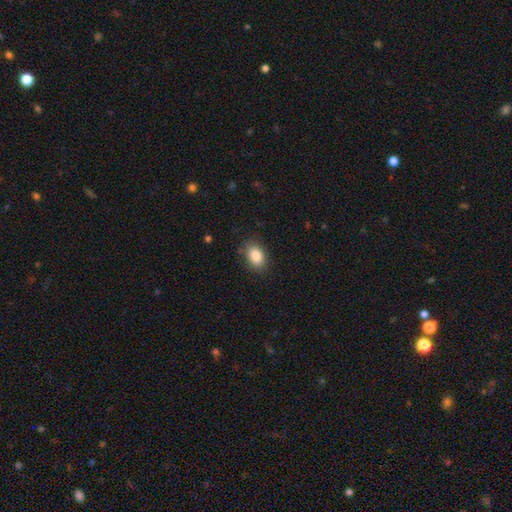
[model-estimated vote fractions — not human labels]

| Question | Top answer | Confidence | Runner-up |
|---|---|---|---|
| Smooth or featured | smooth | 86% | star or artifact (8%) |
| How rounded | in between | 83% | round (16%) |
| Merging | none | 83% | minor disturbance (13%) |